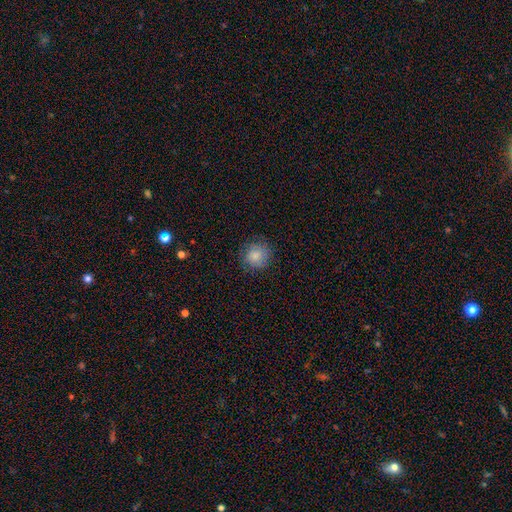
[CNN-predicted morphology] smooth_or_featured: smooth (p=0.84) [alt: star or artifact p=0.08]
how_rounded: round (p=0.90) [alt: in between p=0.09]
merging: none (p=0.81) [alt: minor disturbance p=0.14]